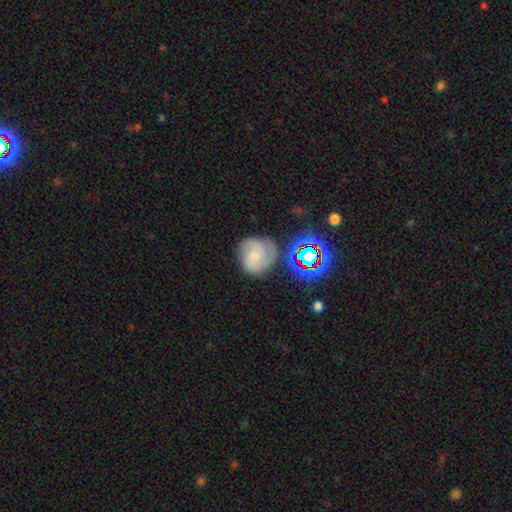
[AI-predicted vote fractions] The model was most divided on "spiral winding": medium: 44%, tight: 43%, loose: 12%. More confident: edge-on disk — no (98%); spiral arms — yes (94%); merging — none (69%); smooth or featured — featured or disk (65%); bar — no (61%); bulge size — small (55%); spiral arm count — 2 (53%).